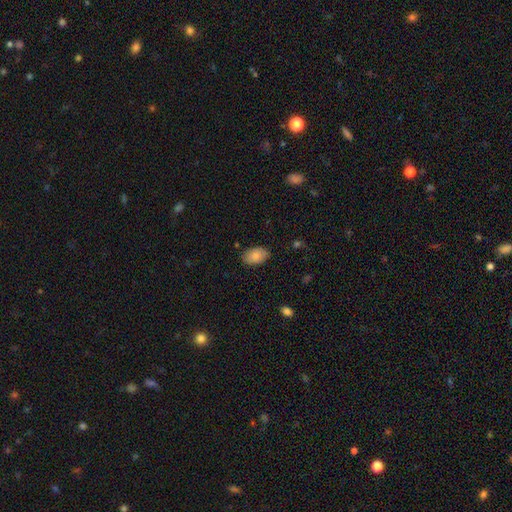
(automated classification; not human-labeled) A smooth galaxy with no disk features (85%) that is in between round and cigar-shaped (92%). Merging: none (85%).